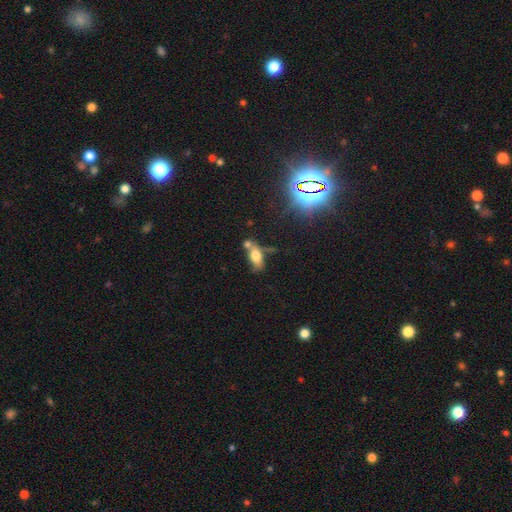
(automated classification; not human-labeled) Morphology: type=smooth (64%); roundness=in between (80%); merging=none (40%).